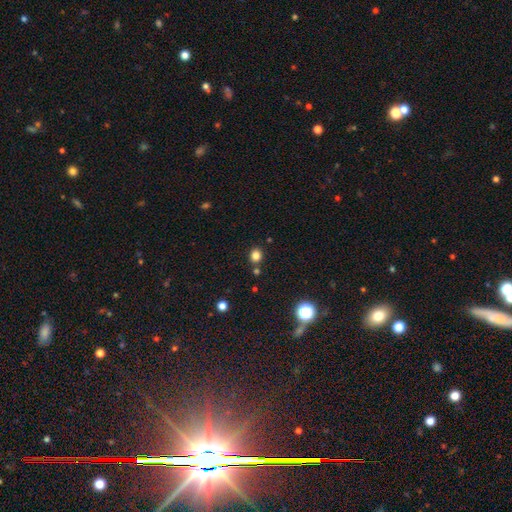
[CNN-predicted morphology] Smooth or featured: smooth — 81% (star or artifact — 15%)
How rounded: round — 74% (in between — 25%)
Merging: none — 81% (minor disturbance — 8%)